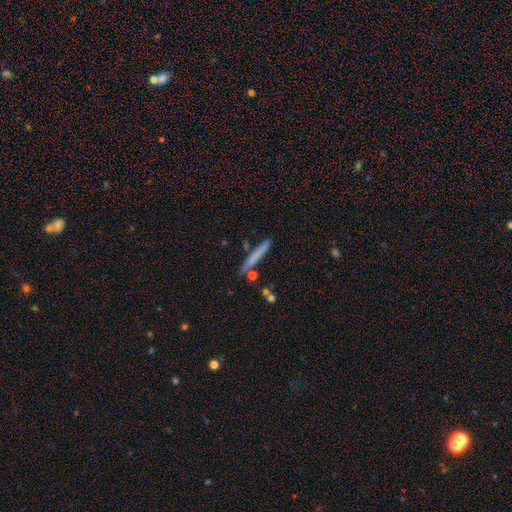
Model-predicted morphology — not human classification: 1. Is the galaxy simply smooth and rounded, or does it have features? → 68% smooth, 26% featured or disk, 7% star or artifact.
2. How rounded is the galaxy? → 96% cigar-shaped, 2% in between, 2% round.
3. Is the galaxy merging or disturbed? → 84% none, 9% minor disturbance, 4% merger, 2% major disturbance.